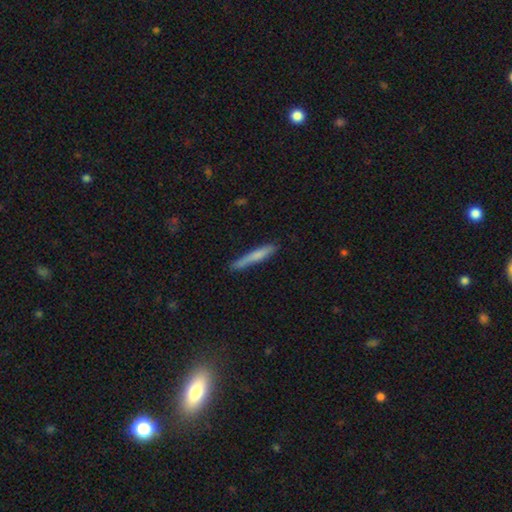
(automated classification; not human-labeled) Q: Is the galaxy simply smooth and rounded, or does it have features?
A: smooth — 71%.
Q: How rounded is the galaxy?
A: cigar-shaped — 95%.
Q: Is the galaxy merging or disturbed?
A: none — 75%.